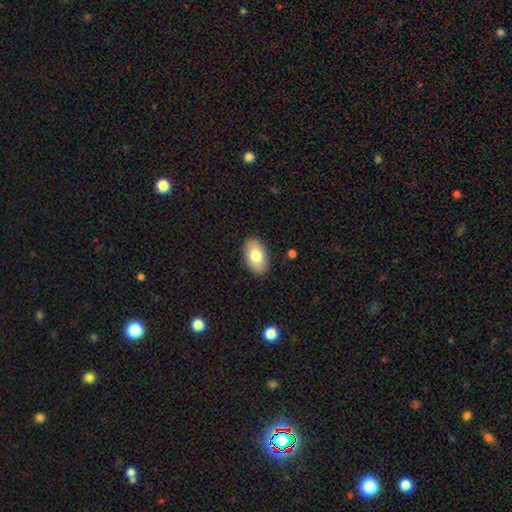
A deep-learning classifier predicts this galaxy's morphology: smooth_or_featured: smooth (p=0.77) [alt: featured or disk p=0.16]
how_rounded: in between (p=0.93) [alt: round p=0.05]
merging: none (p=0.88) [alt: minor disturbance p=0.09]